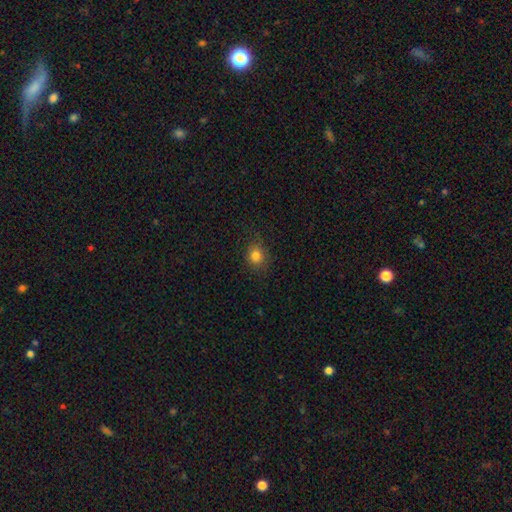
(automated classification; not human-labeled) A smooth galaxy with no disk features (82%) that is round (74%).

Vote fractions:
- Smooth or featured? smooth: 82% / star or artifact: 12% / featured or disk: 6%
- How rounded? round: 74% / in between: 25% / cigar-shaped: 1%
- Merging? none: 82% / minor disturbance: 13% / major disturbance: 4% / merger: 1%